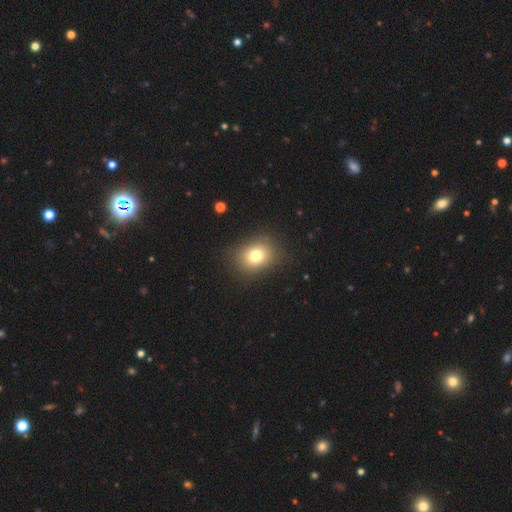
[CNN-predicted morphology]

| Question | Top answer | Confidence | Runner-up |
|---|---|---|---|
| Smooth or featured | smooth | 76% | star or artifact (12%) |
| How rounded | round | 50% | in between (49%) |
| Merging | none | 85% | minor disturbance (10%) |